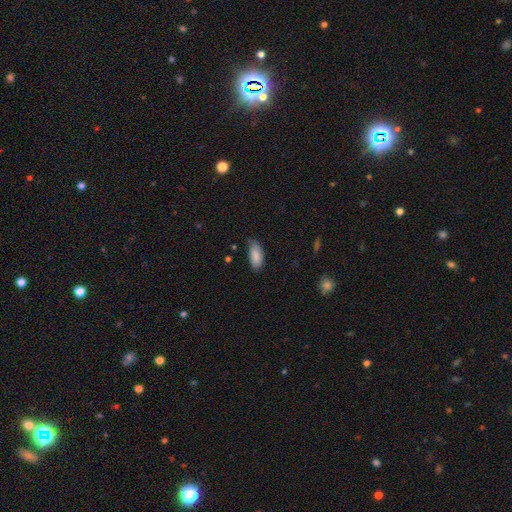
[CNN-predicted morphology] smooth-or-featured: smooth: 87% | featured or disk: 7% | star or artifact: 6%
  how-rounded: in between: 88% | cigar-shaped: 10% | round: 2%
  merging: none: 60% | minor disturbance: 33% | major disturbance: 5% | merger: 2%